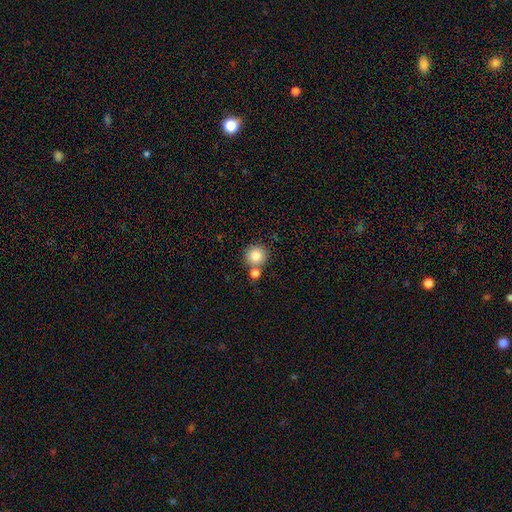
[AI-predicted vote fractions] A smooth galaxy with no disk features (84%) that is round (93%).

Vote fractions:
- Smooth or featured? smooth: 84% / star or artifact: 9% / featured or disk: 7%
- How rounded? round: 93% / in between: 6% / cigar-shaped: 1%
- Merging? none: 67% / merger: 24% / minor disturbance: 7% / major disturbance: 2%